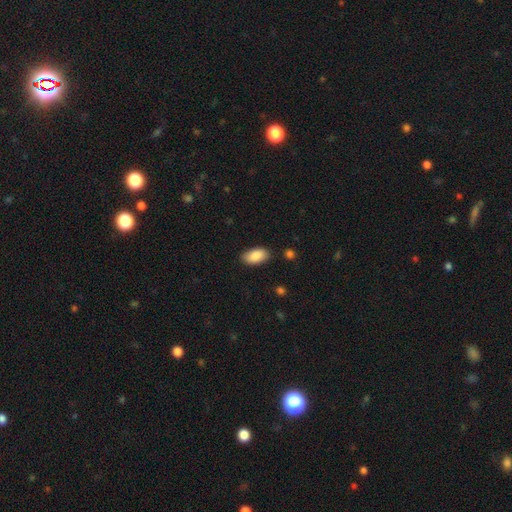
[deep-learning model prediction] Morphology: type=smooth (88%); roundness=in between (94%); merging=none (85%).